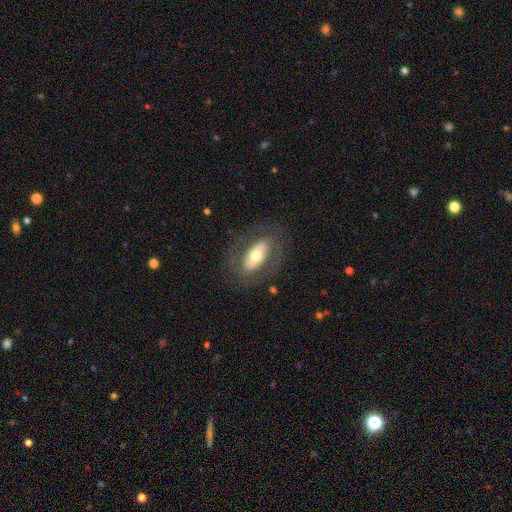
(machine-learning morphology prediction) Smooth or featured? Predicted: featured or disk (p=0.57). Edge-on disk? Predicted: no (p=0.87). Merging? Predicted: none (p=0.76).